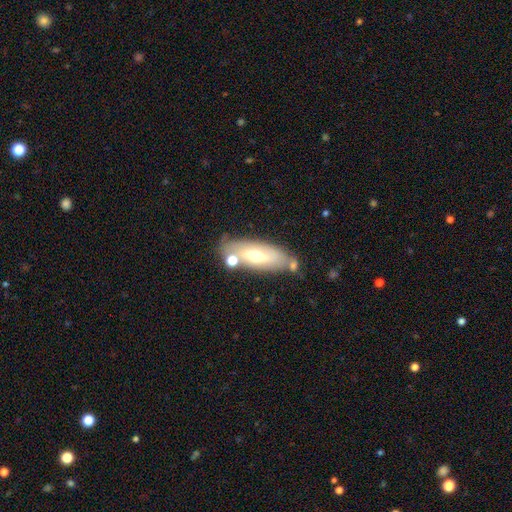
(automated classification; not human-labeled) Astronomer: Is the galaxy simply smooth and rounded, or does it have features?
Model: featured or disk — 47% (runner-up: smooth, 45%).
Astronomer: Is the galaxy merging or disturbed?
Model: none — 64%.